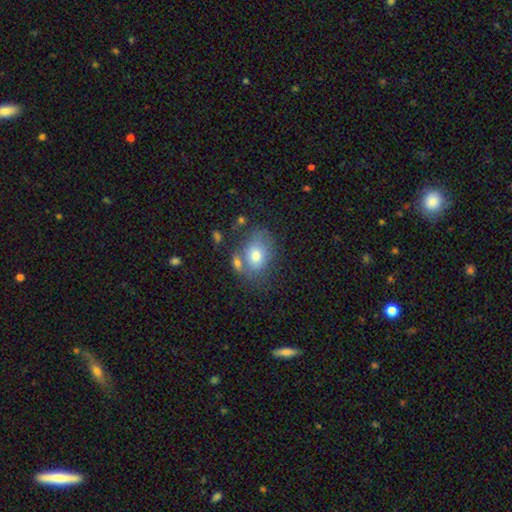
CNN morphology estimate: type=smooth (73%); roundness=in between (70%); merging=none (53%).